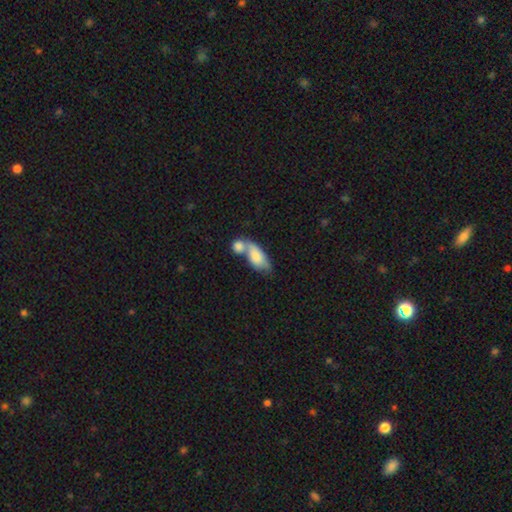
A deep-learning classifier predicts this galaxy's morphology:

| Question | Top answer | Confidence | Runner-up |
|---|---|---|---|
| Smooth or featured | smooth | 75% | featured or disk (19%) |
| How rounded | in between | 84% | cigar-shaped (10%) |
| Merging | merger | 61% | none (22%) |